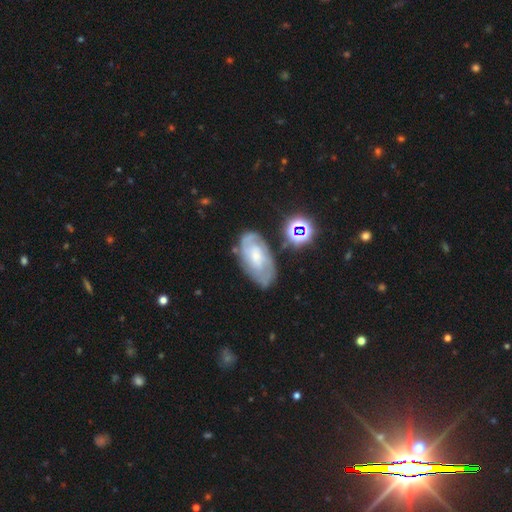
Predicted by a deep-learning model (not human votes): A featured or disk galaxy (66%) with no bar (61%), tight (53%) spiral arms (84%) and a small central bulge (53%).

Vote fractions:
- Smooth or featured? featured or disk: 66% / smooth: 25% / star or artifact: 9%
- Edge-on disk? no: 95% / yes: 5%
- Bar? no: 61% / weak: 33% / strong: 6%
- Spiral arms? yes: 84% / no: 16%
- Spiral winding? tight: 53% / medium: 35% / loose: 12%
- Spiral arm count? can't tell: 46% / 2: 33% / 3: 10% / 1: 5% / 4: 4% / more than 4: 3%
- Bulge size? small: 53% / moderate: 33% / none: 7% / large: 5% / dominant: 1%
- Merging? none: 68% / minor disturbance: 20% / major disturbance: 7% / merger: 5%